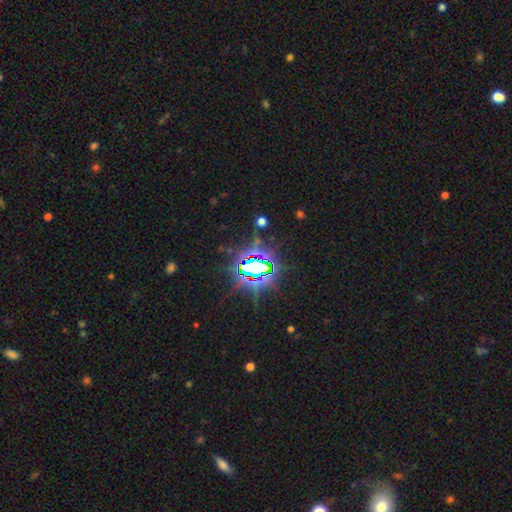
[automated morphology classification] This is clearly a star or artifact rather than a galaxy (83%).